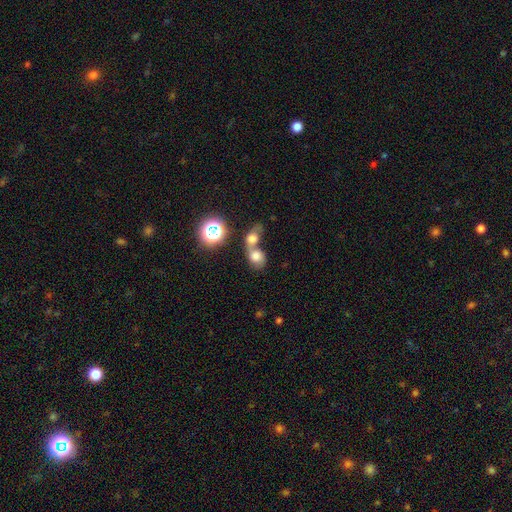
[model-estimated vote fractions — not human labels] smooth_or_featured: smooth (p=0.65) [alt: featured or disk p=0.19]
how_rounded: round (p=0.51) [alt: in between p=0.47]
merging: merger (p=0.70) [alt: none p=0.18]